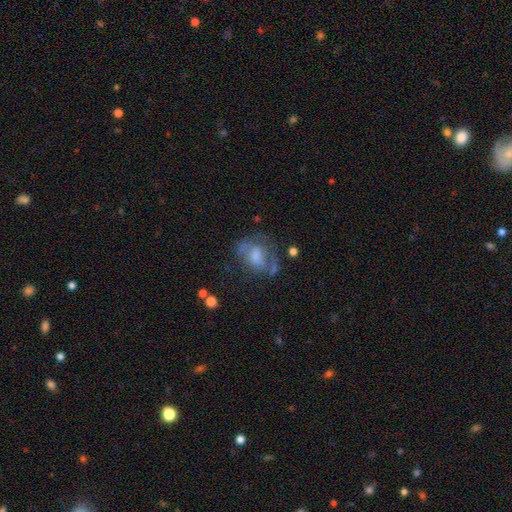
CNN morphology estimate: smooth-or-featured: featured or disk: 51% | smooth: 38% | star or artifact: 11%
  disk-edge-on: no: 95% | yes: 5%
  merging: none: 43% | major disturbance: 27% | minor disturbance: 23% | merger: 6%